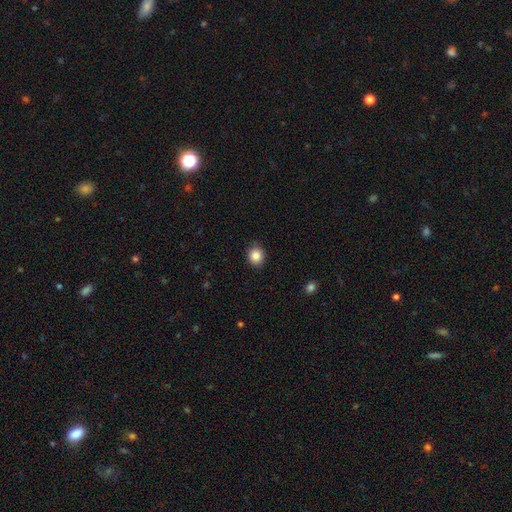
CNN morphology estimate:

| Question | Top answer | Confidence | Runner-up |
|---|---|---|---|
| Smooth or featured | smooth | 86% | star or artifact (10%) |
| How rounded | round | 80% | in between (19%) |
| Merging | none | 88% | minor disturbance (9%) |